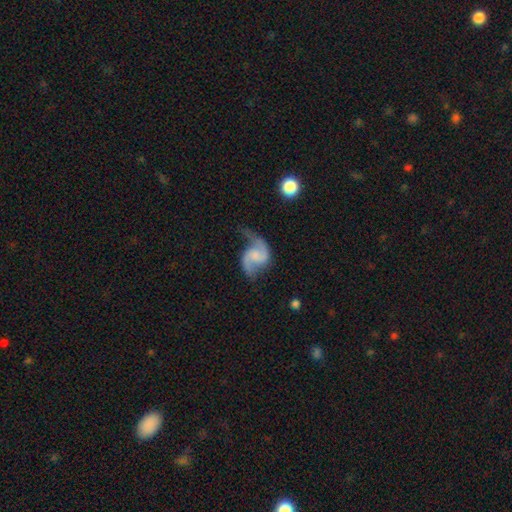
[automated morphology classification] The model was most divided on "bulge size": none: 43%, small: 28%, moderate: 21%, large: 6%, dominant: 2%. More confident: edge-on disk — no (98%); spiral arms — yes (96%); spiral arm count — 2 (91%); smooth or featured — featured or disk (85%); spiral winding — loose (56%); bar — no (54%); merging — none (53%).